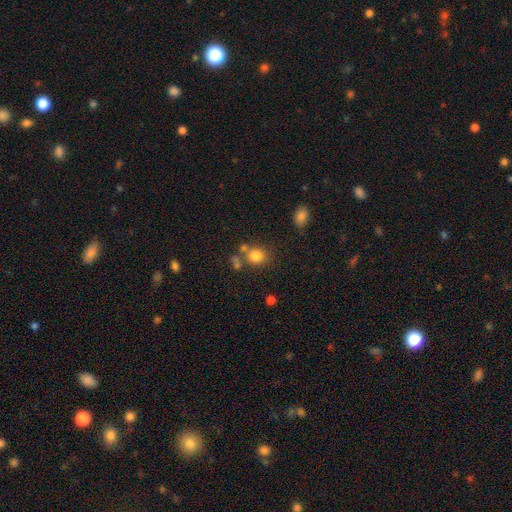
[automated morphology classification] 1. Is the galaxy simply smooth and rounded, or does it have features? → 80% smooth, 12% star or artifact, 8% featured or disk.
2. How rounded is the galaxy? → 78% round, 21% in between, 1% cigar-shaped.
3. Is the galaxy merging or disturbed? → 64% none, 19% merger, 12% minor disturbance, 5% major disturbance.